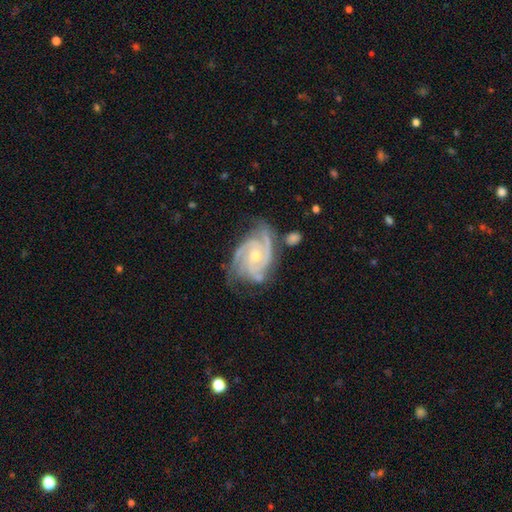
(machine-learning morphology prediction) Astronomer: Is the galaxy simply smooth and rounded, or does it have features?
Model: featured or disk — 92%.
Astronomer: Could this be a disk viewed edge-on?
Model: no — 98%.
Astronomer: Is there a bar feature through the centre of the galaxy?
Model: no — 68%.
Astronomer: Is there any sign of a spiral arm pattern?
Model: yes — 99%.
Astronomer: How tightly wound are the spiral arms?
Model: tight — 63%.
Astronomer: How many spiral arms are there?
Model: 3 — 59%.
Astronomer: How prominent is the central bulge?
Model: small — 57% (runner-up: moderate, 40%).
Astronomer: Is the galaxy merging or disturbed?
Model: none — 66%.